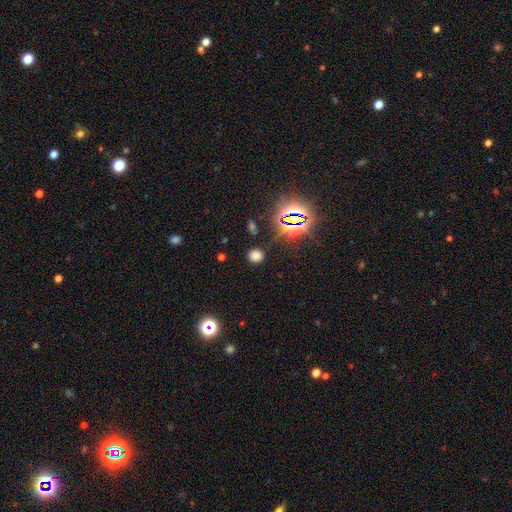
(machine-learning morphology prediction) This appears to be a smooth galaxy with no disk features (65%) that is round (81%). Merging: none (84%).